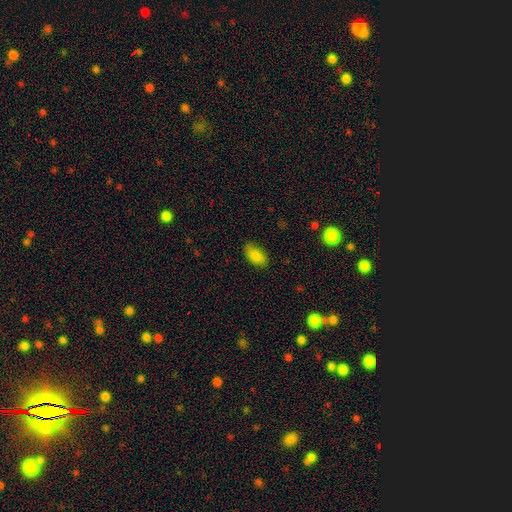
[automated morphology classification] smooth 86%, star or artifact 9%, featured or disk 5%. Down the decision tree: how rounded — in between (93%); merging — none (81%).